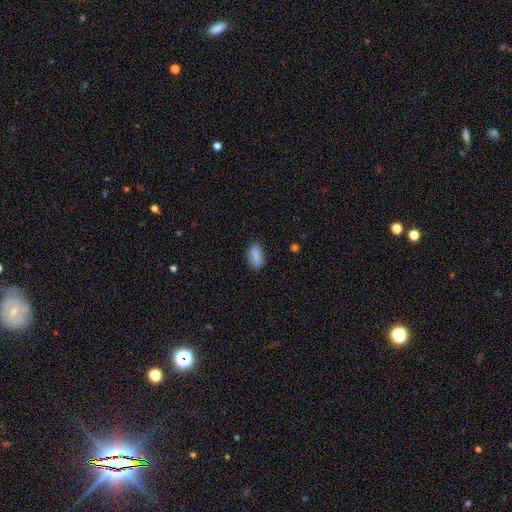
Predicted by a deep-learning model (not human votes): Smooth or featured?
  - smooth: 85% *
  - star or artifact: 8%
  - featured or disk: 7%
How rounded?
  - in between: 90% *
  - round: 6%
  - cigar-shaped: 4%
Merging?
  - none: 80% *
  - minor disturbance: 15%
  - major disturbance: 3%
  - merger: 1%